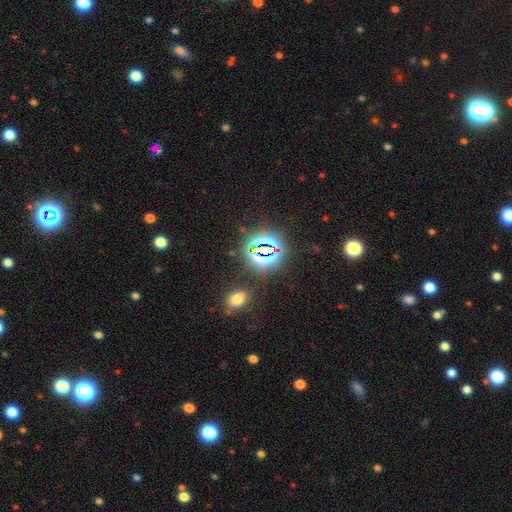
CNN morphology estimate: smooth-or-featured: star or artifact: 73% | smooth: 19% | featured or disk: 8%